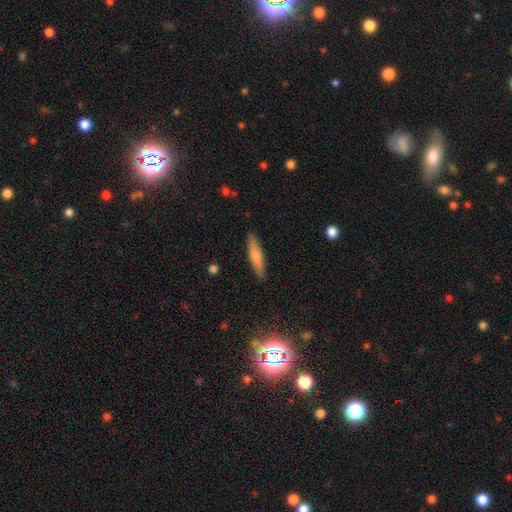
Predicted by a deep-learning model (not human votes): This is likely a smooth galaxy (67%). How rounded: clearly cigar-shaped (85%). Merging: clearly none (89%).